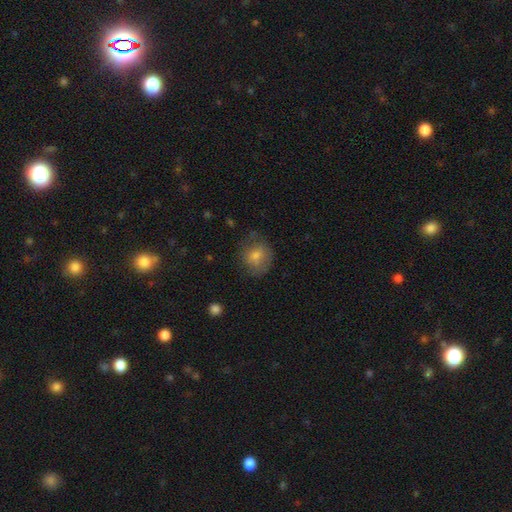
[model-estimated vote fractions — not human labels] Smooth or featured? Predicted: smooth (p=0.68). How rounded? Predicted: round (p=0.77). Merging? Predicted: none (p=0.67).